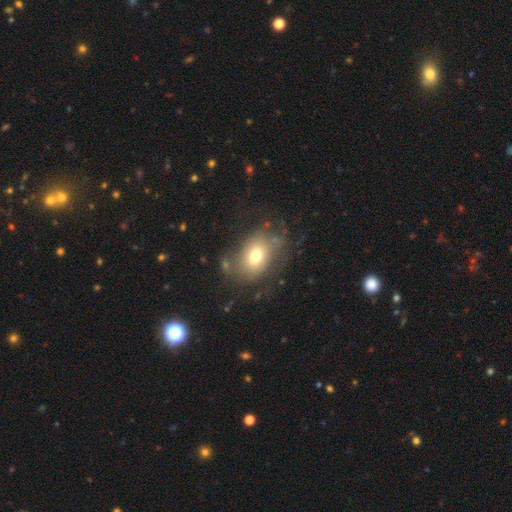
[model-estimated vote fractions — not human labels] The model was most divided on "merging": none: 58%, minor disturbance: 22%, major disturbance: 16%, merger: 4%. More confident: how rounded — in between (69%); smooth or featured — smooth (66%).